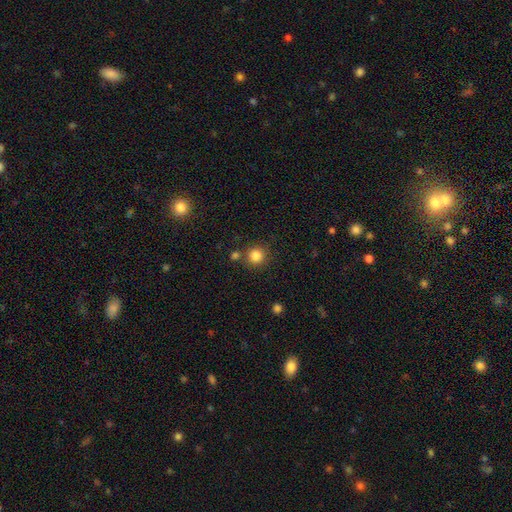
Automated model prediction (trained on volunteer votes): smooth_or_featured: smooth (p=0.84) [alt: star or artifact p=0.12]
how_rounded: round (p=0.92) [alt: in between p=0.08]
merging: none (p=0.79) [alt: merger p=0.09]